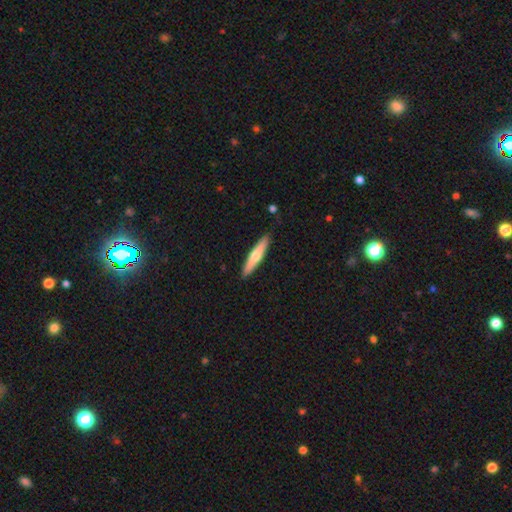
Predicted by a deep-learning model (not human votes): Smooth or featured: smooth — 52% (featured or disk — 43%)
How rounded: cigar-shaped — 88% (in between — 11%)
Merging: none — 90% (minor disturbance — 7%)